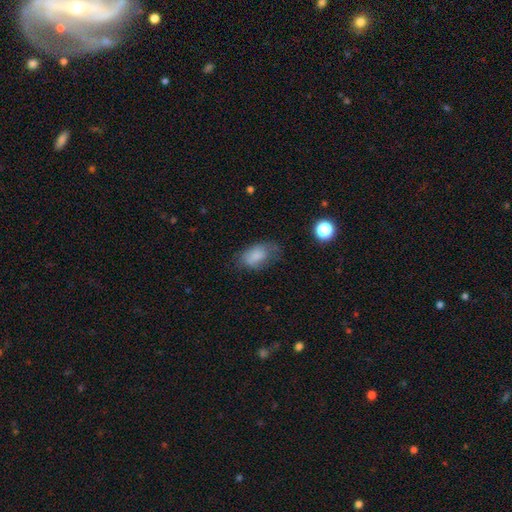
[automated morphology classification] A smooth galaxy with no disk features (77%) that is in between round and cigar-shaped (90%). Merging: none (48%).